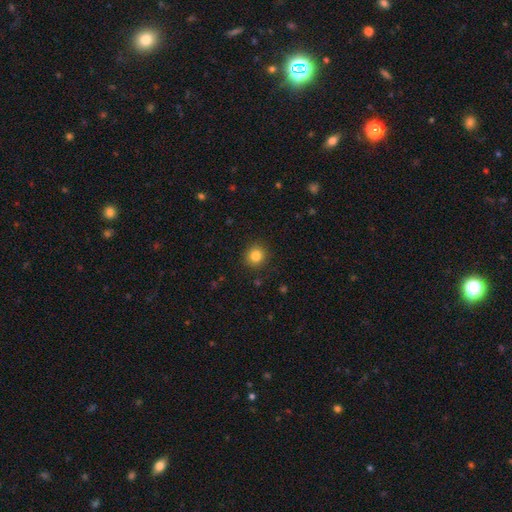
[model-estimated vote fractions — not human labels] Morphology: type=smooth (83%); roundness=round (91%); merging=none (91%).